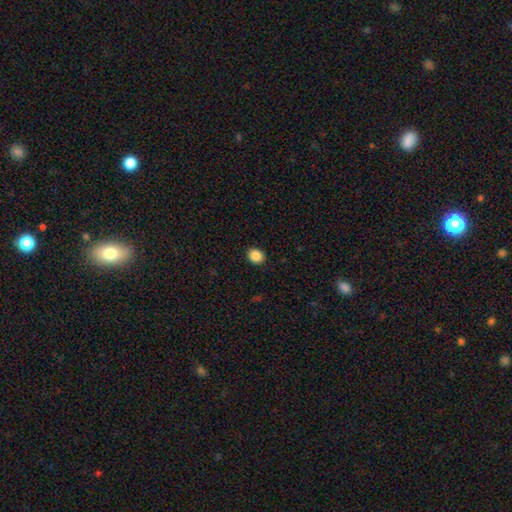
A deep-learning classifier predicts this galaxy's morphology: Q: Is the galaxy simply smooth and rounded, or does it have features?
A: smooth — 87%.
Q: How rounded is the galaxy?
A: round — 58%.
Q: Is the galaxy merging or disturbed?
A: none — 91%.